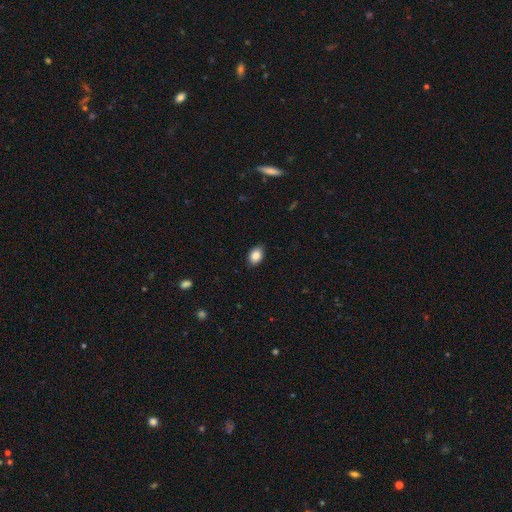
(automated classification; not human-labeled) This appears to be a smooth galaxy with no disk features (87%) that is in between round and cigar-shaped (81%). Merging: none (88%).